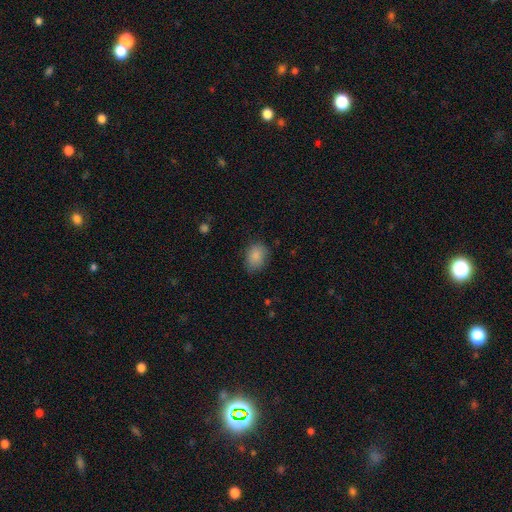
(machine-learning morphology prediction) Smooth or featured? smooth (87%)
How rounded? in between (63%)
Merging? none (77%)